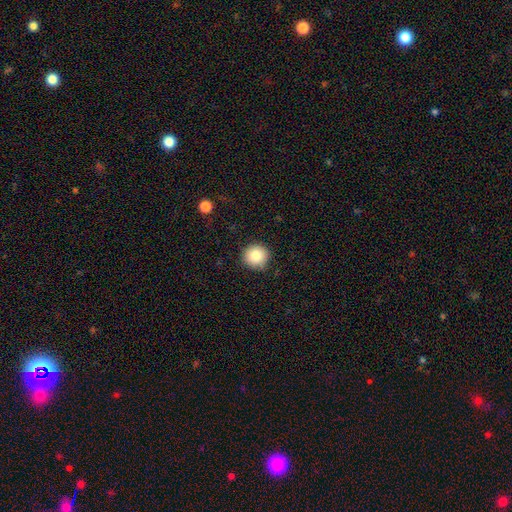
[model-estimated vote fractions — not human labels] Smooth or featured: smooth — 83% (star or artifact — 9%)
How rounded: round — 94% (in between — 5%)
Merging: none — 89% (minor disturbance — 8%)